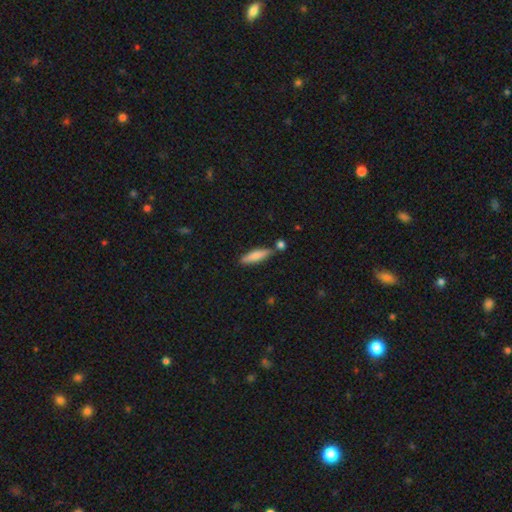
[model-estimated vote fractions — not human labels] This appears to be a smooth galaxy with no disk features (76%) that is cigar-shaped (70%). Merging: none (75%).